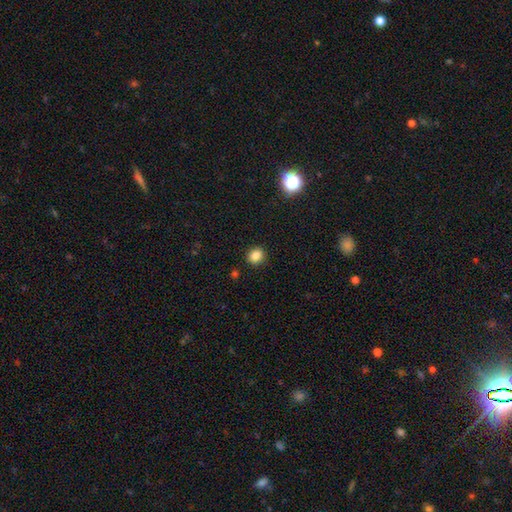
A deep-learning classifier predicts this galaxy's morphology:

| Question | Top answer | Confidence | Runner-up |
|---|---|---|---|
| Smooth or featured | smooth | 84% | star or artifact (12%) |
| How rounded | round | 76% | in between (24%) |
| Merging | none | 90% | minor disturbance (7%) |